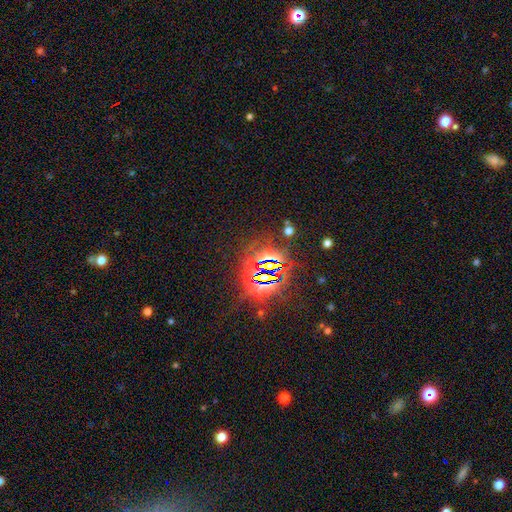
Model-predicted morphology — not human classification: star or artifact 83%, smooth 9%, featured or disk 8%.